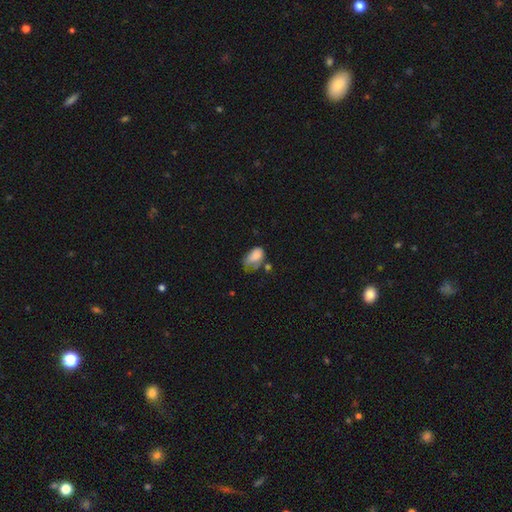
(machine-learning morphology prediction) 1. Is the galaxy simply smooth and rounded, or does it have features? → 75% smooth, 16% featured or disk, 9% star or artifact.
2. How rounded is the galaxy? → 89% in between, 10% round, 2% cigar-shaped.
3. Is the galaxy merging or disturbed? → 35% minor disturbance, 28% major disturbance, 26% none, 11% merger.